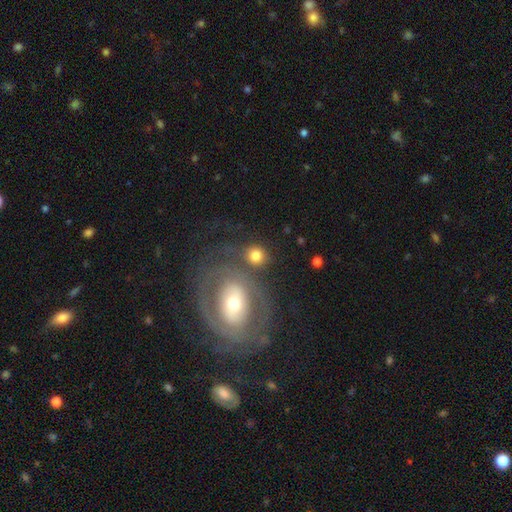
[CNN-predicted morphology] The model was most divided on "merging": none: 64%, merger: 17%, minor disturbance: 11%, major disturbance: 7%. More confident: how rounded — round (81%); smooth or featured — smooth (71%).